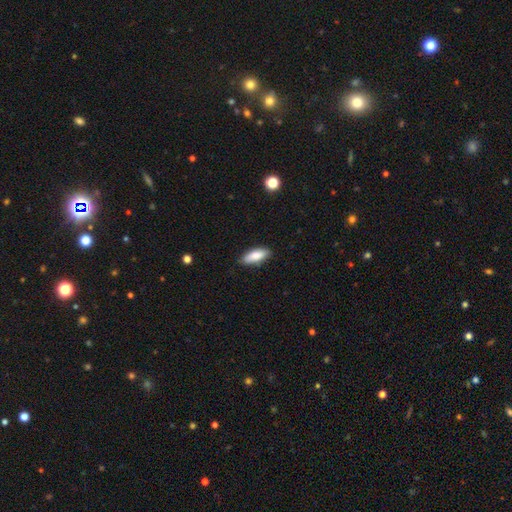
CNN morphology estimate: This appears to be a smooth galaxy with no disk features (82%) that is in between round and cigar-shaped (71%). Merging: none (84%).